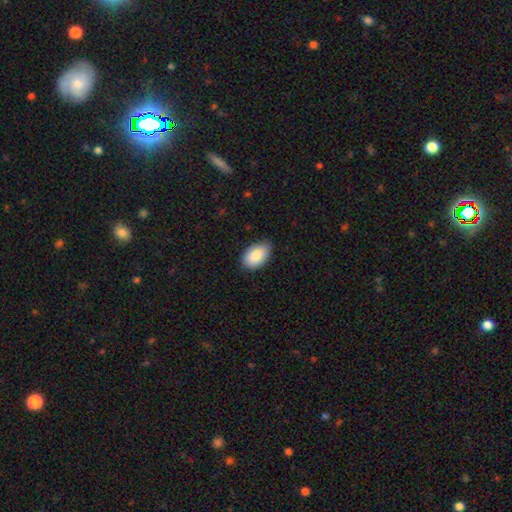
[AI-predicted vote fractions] Morphology: type=smooth (88%); roundness=in between (92%); merging=none (78%).